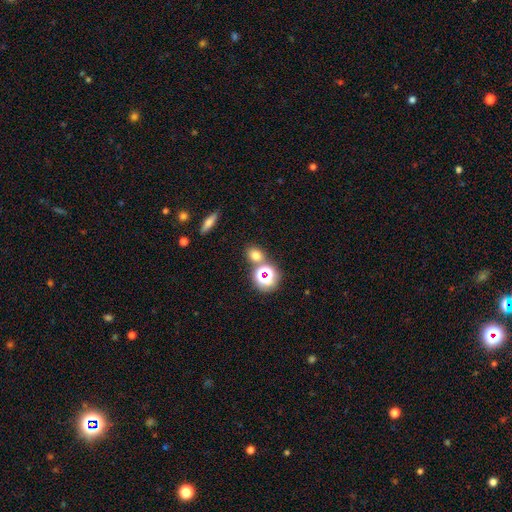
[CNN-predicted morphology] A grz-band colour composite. It shows a smooth galaxy with no disk features (66%) that is round (65%). Merging: none (72%).